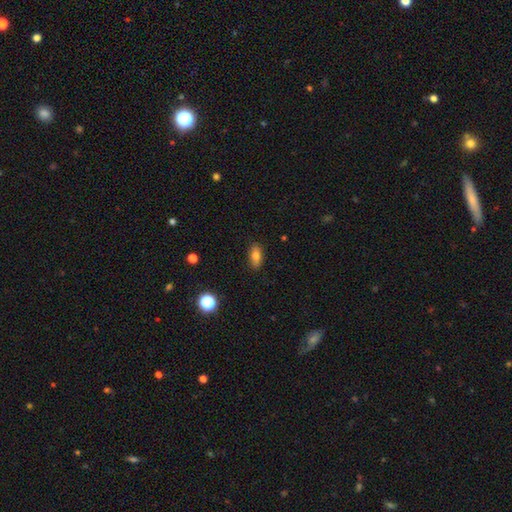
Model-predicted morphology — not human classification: Smooth or featured? smooth (75%)
How rounded? in between (77%)
Merging? none (87%)